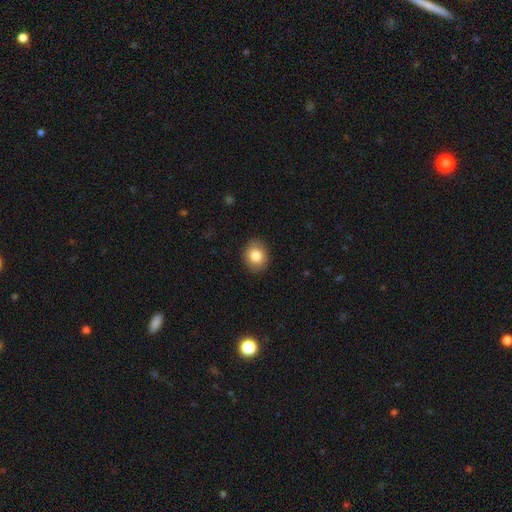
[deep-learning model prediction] This is clearly a smooth galaxy (84%). How rounded: possibly round (56%). Merging: clearly none (88%).